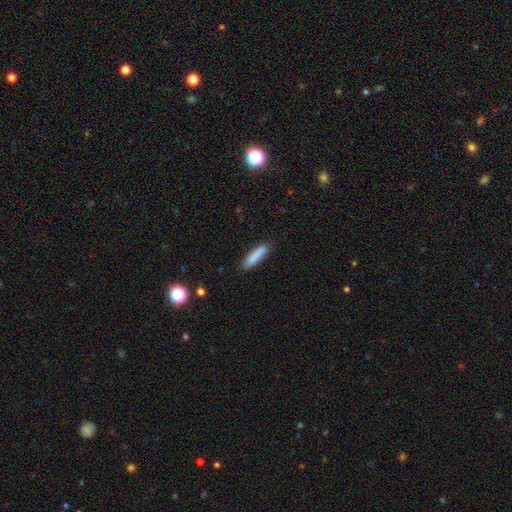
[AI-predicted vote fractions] A smooth galaxy with no disk features (87%) that is cigar-shaped (72%). Merging: none (87%).